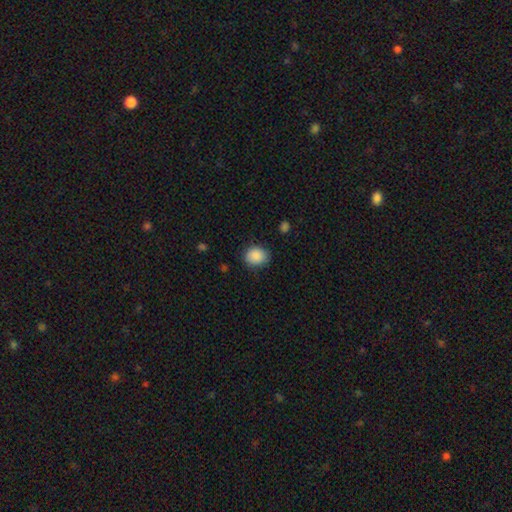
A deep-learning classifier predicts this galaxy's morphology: type=smooth (89%); roundness=round (58%); merging=none (82%).